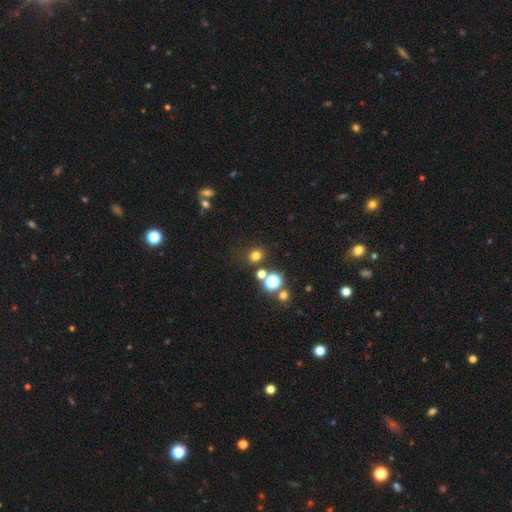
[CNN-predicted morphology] This is likely a smooth galaxy (73%). How rounded: clearly round (87%). Merging: clearly none (81%).